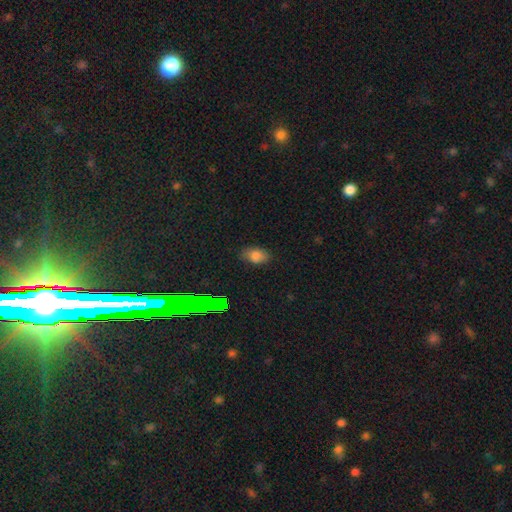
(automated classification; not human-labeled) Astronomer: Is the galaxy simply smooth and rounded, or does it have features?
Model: smooth — 78%.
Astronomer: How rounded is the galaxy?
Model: in between — 85%.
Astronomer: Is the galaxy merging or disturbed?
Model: none — 79%.